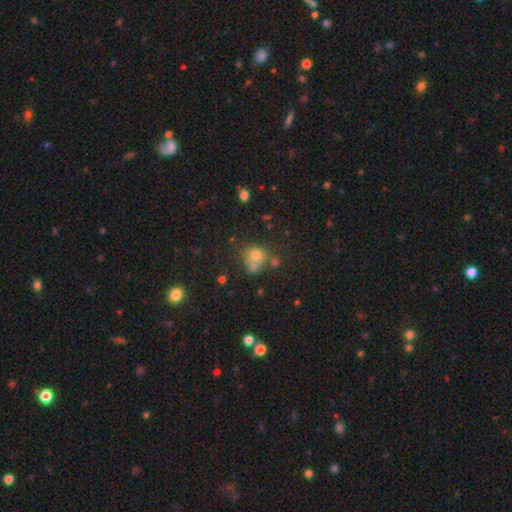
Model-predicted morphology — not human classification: Smooth or featured? Predicted: smooth (p=0.68). How rounded? Predicted: round (p=0.71). Merging? Predicted: none (p=0.42).